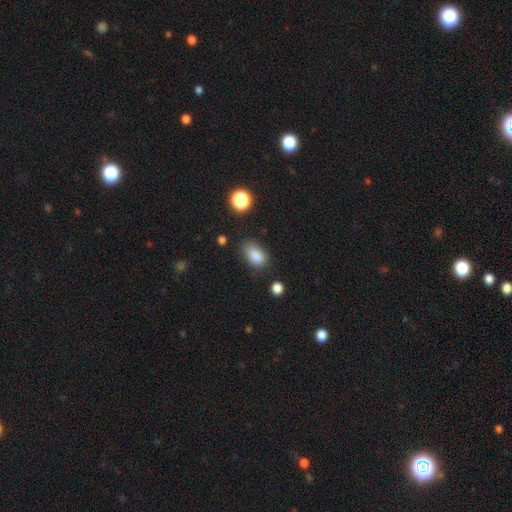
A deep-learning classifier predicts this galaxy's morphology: smooth 86%, star or artifact 10%, featured or disk 5%. Down the decision tree: how rounded — in between (88%); merging — none (69%).